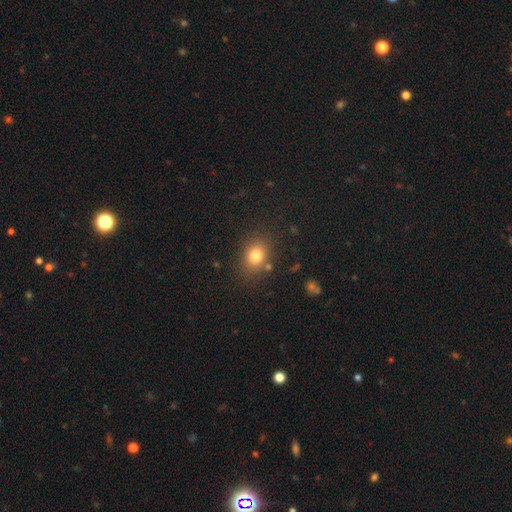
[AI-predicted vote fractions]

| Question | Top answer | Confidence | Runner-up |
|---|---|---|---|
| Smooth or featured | smooth | 80% | star or artifact (12%) |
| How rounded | in between | 52% | round (46%) |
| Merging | none | 79% | minor disturbance (12%) |